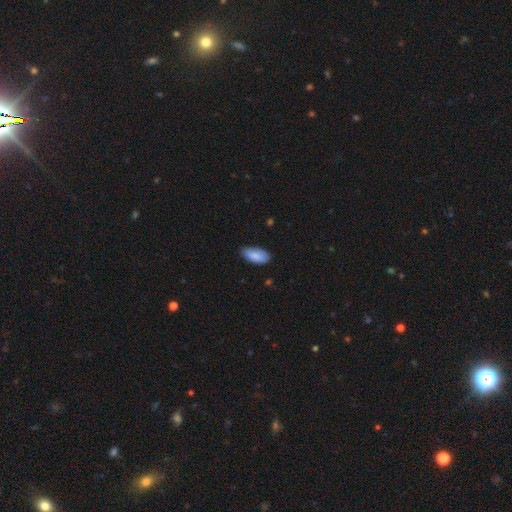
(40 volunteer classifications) Smooth or featured? smooth (85%)
How rounded? in between (97%)
Merging? none (78%)